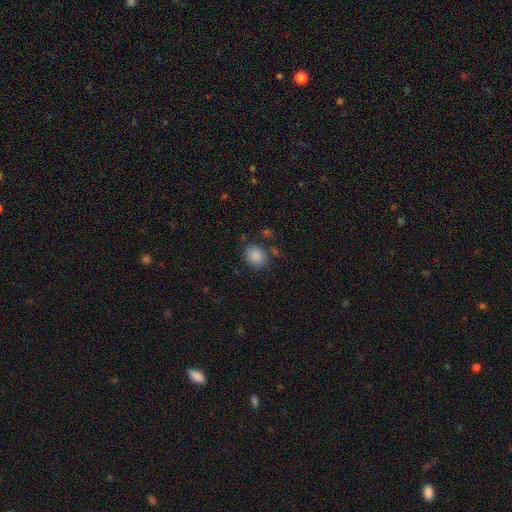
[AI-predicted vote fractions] Overall: smooth (87%). How rounded: round (68%; in between 31%). Merging: none (78%).